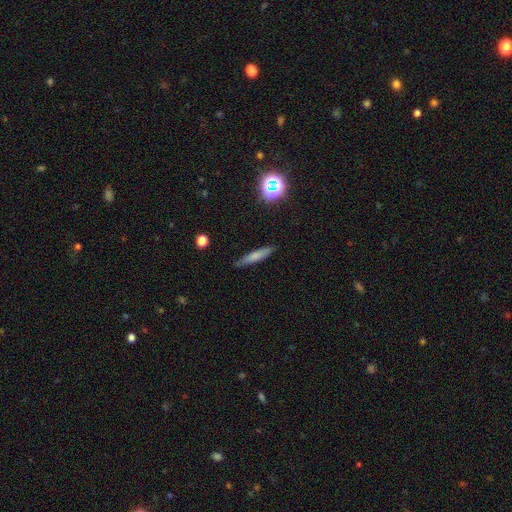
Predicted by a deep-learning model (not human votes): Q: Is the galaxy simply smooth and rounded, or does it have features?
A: smooth — 68%.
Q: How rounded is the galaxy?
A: cigar-shaped — 88%.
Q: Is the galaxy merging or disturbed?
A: none — 85%.